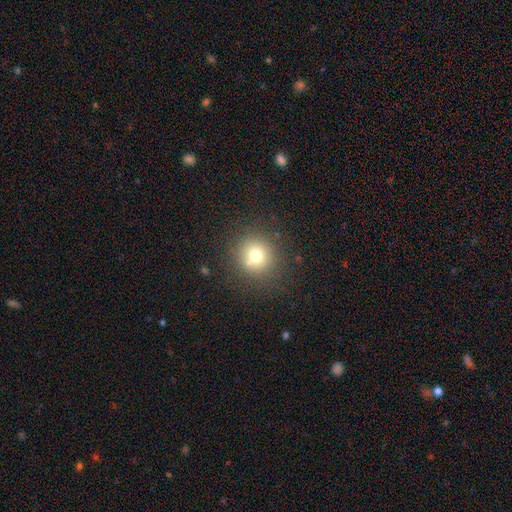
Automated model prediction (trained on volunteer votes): This appears to be a smooth galaxy with no disk features (70%) that is round (91%). Merging: none (74%).